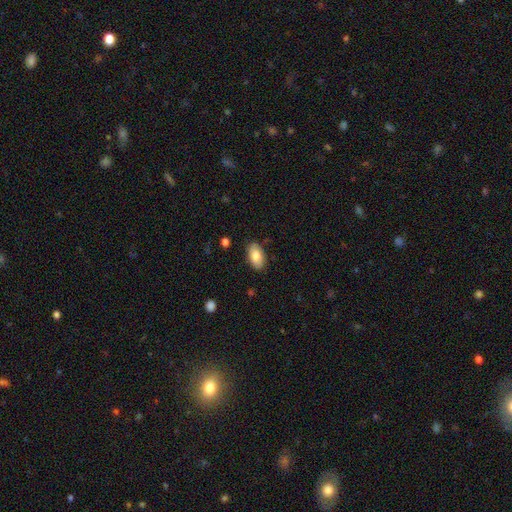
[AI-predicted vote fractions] Q: Smooth or featured?
A: smooth (82%); runner-up: featured or disk (11%)
Q: How rounded?
A: in between (94%); runner-up: round (4%)
Q: Merging?
A: none (85%); runner-up: minor disturbance (11%)